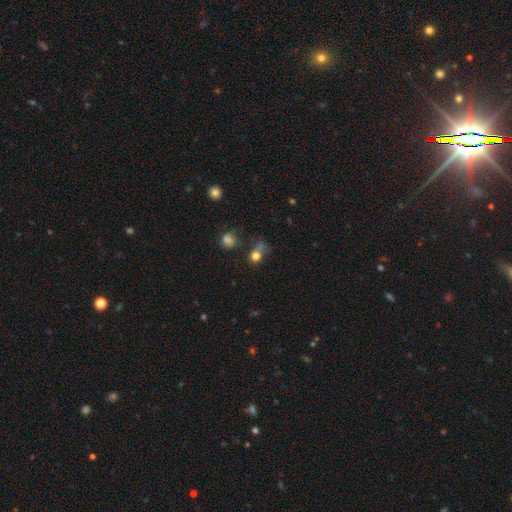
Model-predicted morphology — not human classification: type=smooth (72%); roundness=round (75%); merging=none (46%).